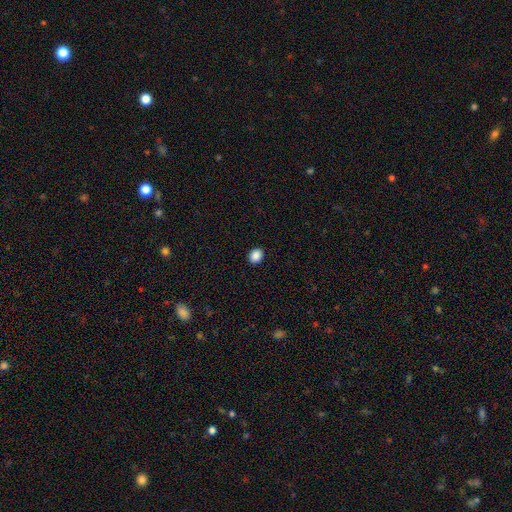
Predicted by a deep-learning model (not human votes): smooth_or_featured: smooth (p=0.88) [alt: star or artifact p=0.09]
how_rounded: round (p=0.53) [alt: in between p=0.46]
merging: none (p=0.92) [alt: minor disturbance p=0.06]